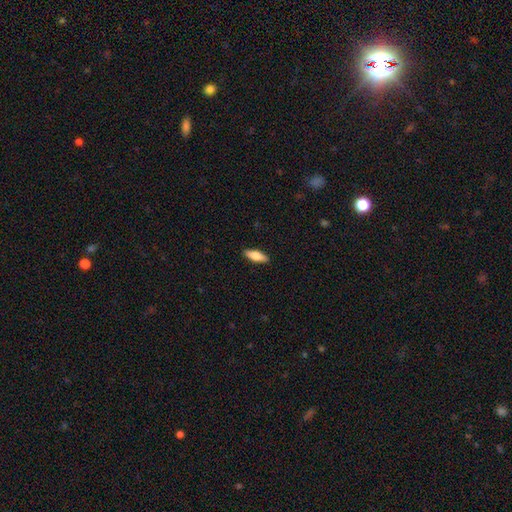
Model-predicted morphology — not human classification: Q: Smooth or featured?
A: smooth (72%); runner-up: featured or disk (22%)
Q: How rounded?
A: in between (62%); runner-up: cigar-shaped (36%)
Q: Merging?
A: none (90%); runner-up: minor disturbance (8%)